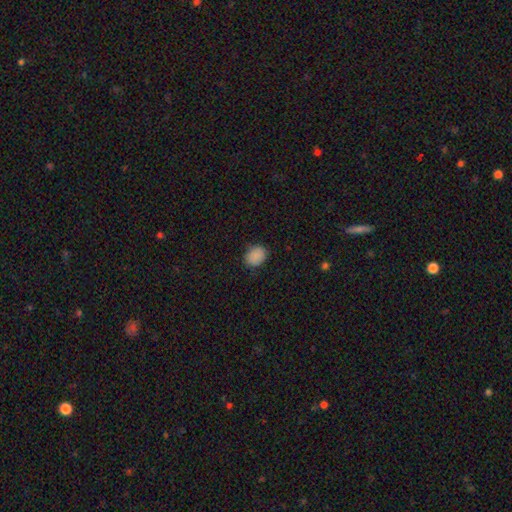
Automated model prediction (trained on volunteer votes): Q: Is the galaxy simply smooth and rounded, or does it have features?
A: smooth — 88%.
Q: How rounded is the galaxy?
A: in between — 51%.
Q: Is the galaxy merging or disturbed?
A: none — 83%.